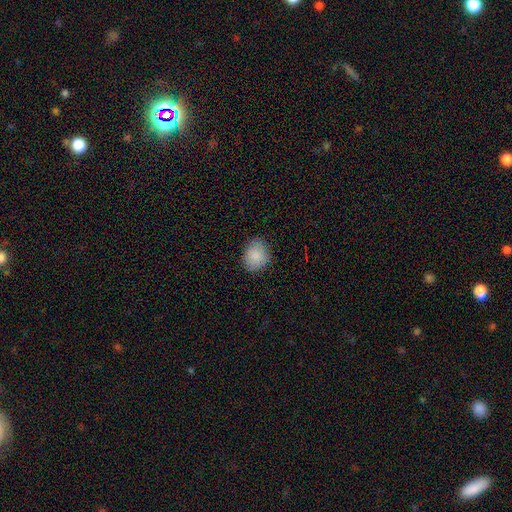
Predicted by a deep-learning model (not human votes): smooth 87%, star or artifact 8%, featured or disk 5%. Down the decision tree: how rounded — round (55%); merging — none (84%).